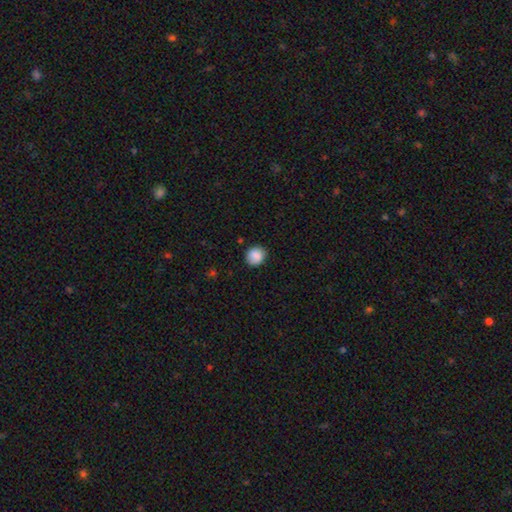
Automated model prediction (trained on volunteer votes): Q: Smooth or featured?
A: smooth (87%); runner-up: star or artifact (9%)
Q: How rounded?
A: round (86%); runner-up: in between (13%)
Q: Merging?
A: none (84%); runner-up: minor disturbance (12%)